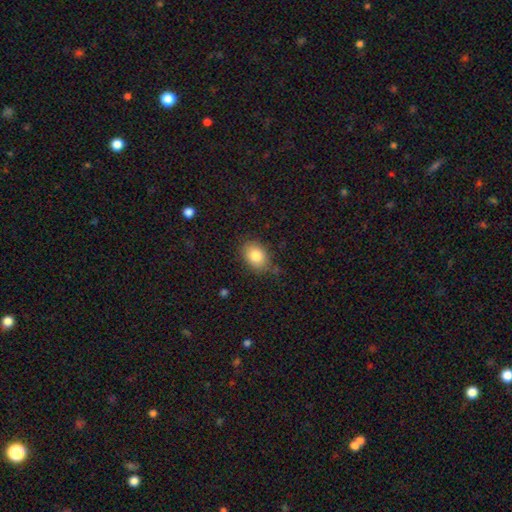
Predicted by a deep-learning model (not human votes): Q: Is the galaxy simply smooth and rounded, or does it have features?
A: smooth — 83%.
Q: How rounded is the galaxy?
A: in between — 72%.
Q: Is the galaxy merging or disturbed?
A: none — 77%.